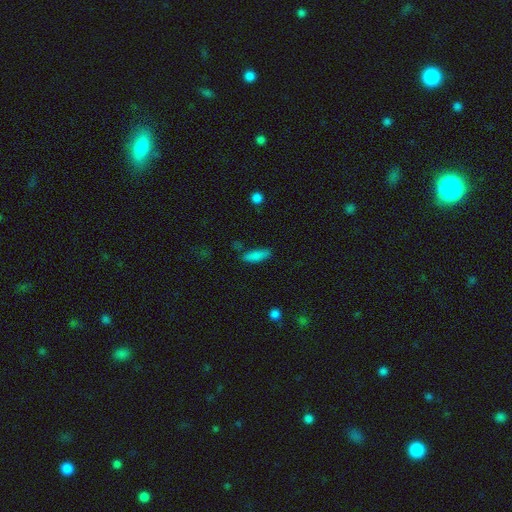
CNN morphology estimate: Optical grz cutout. It shows a smooth galaxy with no disk features (82%) that is cigar-shaped (52%). Merging: none (76%).